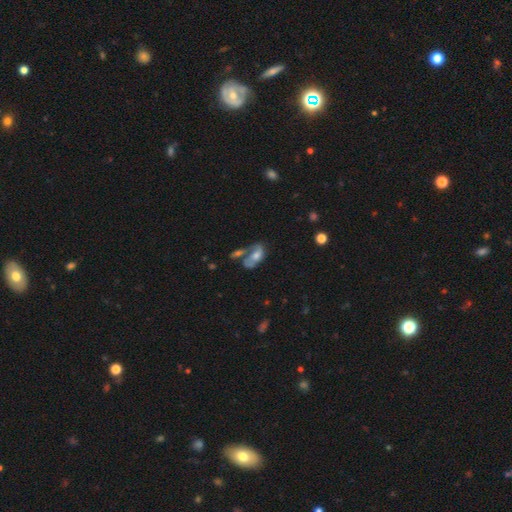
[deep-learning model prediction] This appears to be a featured or disk galaxy (52%). Merging: merger (37%).